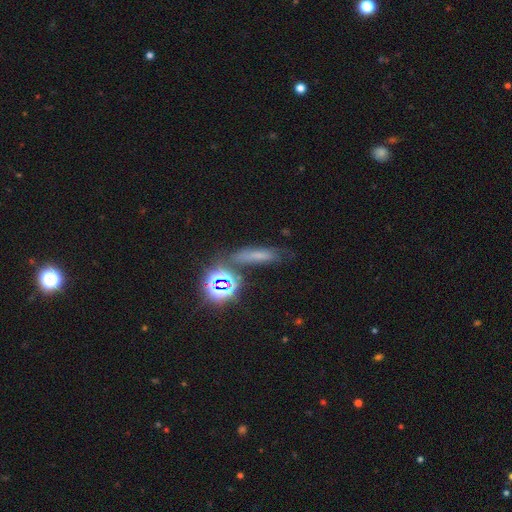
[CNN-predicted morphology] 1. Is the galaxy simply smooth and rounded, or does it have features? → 49% smooth, 32% star or artifact, 19% featured or disk.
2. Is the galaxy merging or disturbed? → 63% none, 19% minor disturbance, 9% merger, 9% major disturbance.